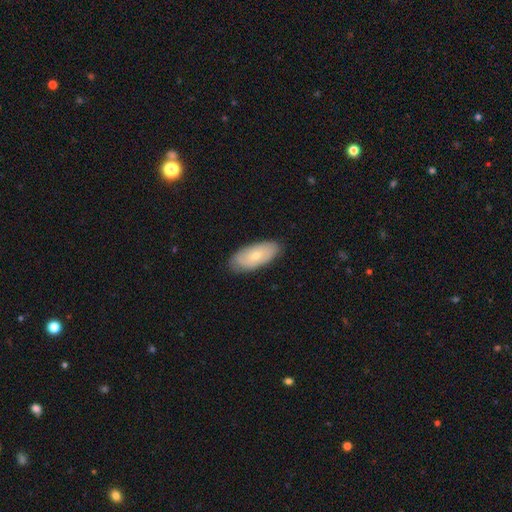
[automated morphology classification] Overall: smooth (56%; featured or disk 38%). How rounded: in between (89%). Merging: none (83%).